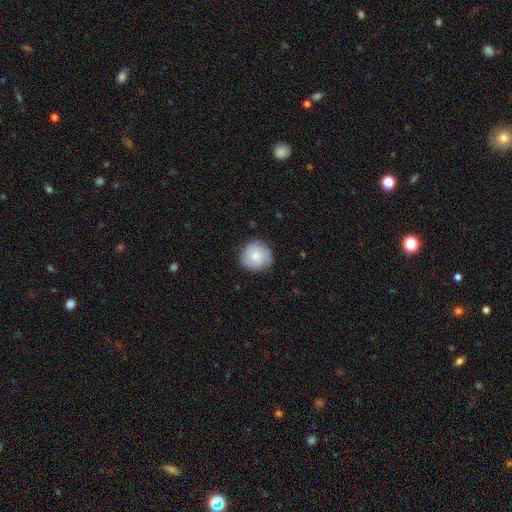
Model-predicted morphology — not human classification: A smooth galaxy with no disk features (70%) that is round (93%).

Vote fractions:
- Smooth or featured? smooth: 70% / featured or disk: 23% / star or artifact: 7%
- How rounded? round: 93% / in between: 6% / cigar-shaped: 1%
- Merging? none: 83% / minor disturbance: 14% / major disturbance: 3% / merger: 1%